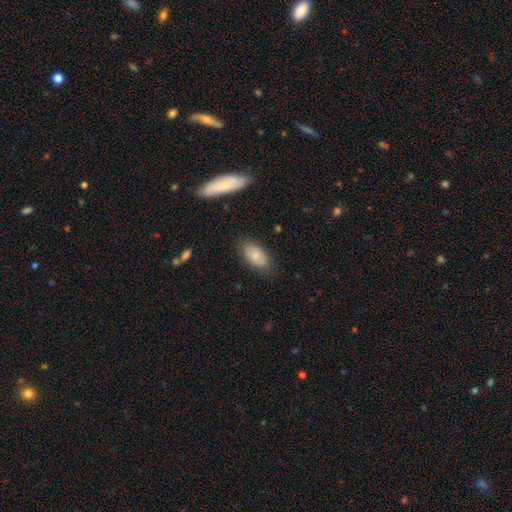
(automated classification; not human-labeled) smooth-or-featured: smooth: 76% | featured or disk: 18% | star or artifact: 7%
  how-rounded: in between: 93% | round: 4% | cigar-shaped: 2%
  merging: none: 78% | minor disturbance: 16% | major disturbance: 4% | merger: 2%